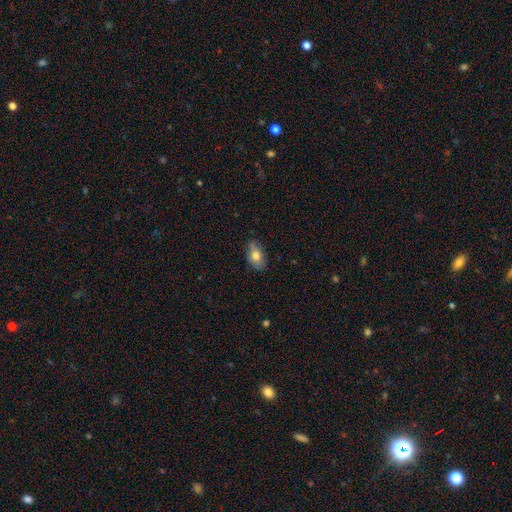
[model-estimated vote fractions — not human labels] Smooth or featured: smooth — 71% (featured or disk — 21%)
How rounded: in between — 87% (round — 9%)
Merging: none — 74% (minor disturbance — 21%)